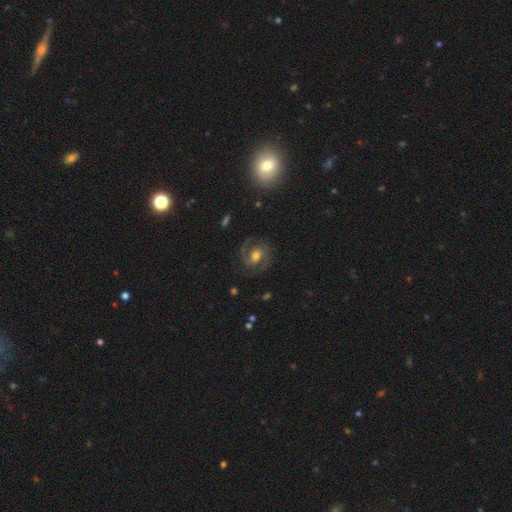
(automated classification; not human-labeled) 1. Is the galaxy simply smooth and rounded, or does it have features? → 85% featured or disk, 8% smooth, 7% star or artifact.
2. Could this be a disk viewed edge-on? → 98% no, 2% yes.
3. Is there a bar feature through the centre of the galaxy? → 44% weak, 37% no, 19% strong.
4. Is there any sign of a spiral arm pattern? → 96% yes, 4% no.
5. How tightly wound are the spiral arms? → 52% medium, 37% tight, 10% loose.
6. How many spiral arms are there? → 90% 2, 3% can't tell, 3% 3, 2% 1, 1% 4, 1% more than 4.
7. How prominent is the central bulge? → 68% moderate, 21% small, 9% large, 1% none, 1% dominant.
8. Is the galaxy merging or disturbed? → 82% none, 11% minor disturbance, 5% major disturbance, 1% merger.